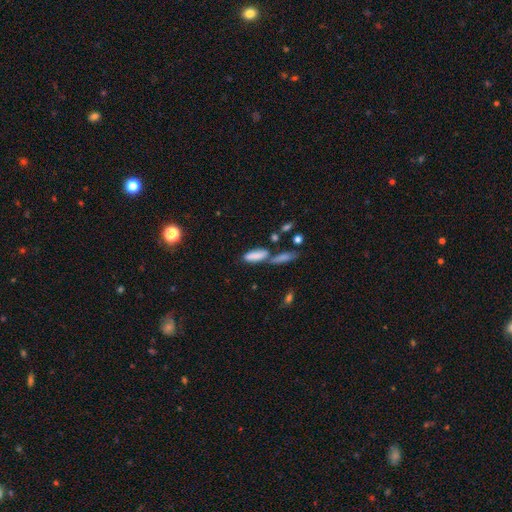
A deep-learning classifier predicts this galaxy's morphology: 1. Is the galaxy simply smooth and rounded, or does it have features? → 79% smooth, 12% featured or disk, 9% star or artifact.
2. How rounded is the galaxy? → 62% in between, 35% cigar-shaped, 3% round.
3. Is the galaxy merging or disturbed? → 45% none, 34% merger, 15% minor disturbance, 6% major disturbance.